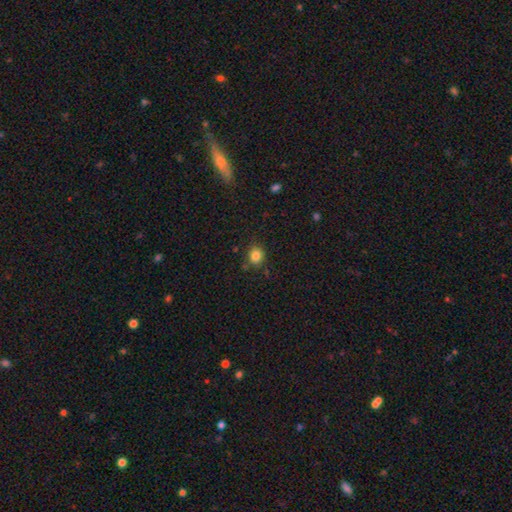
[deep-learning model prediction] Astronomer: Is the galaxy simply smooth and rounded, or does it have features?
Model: smooth — 83%.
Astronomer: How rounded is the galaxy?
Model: round — 76%.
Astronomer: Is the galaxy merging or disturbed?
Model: none — 79%.